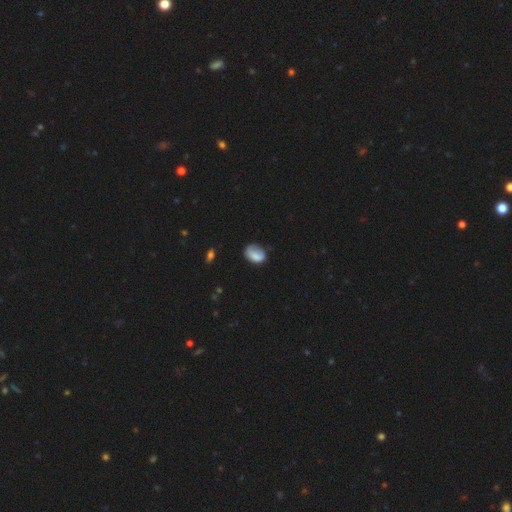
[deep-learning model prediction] Morphology: type=smooth (77%); roundness=in between (78%); merging=none (51%).